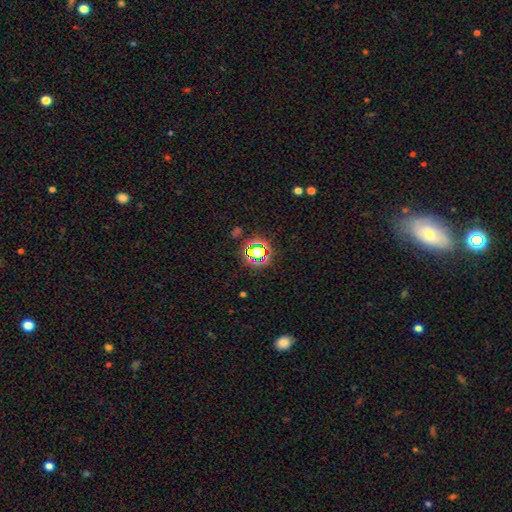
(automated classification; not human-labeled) smooth_or_featured: star or artifact (p=0.61) [alt: smooth p=0.29]